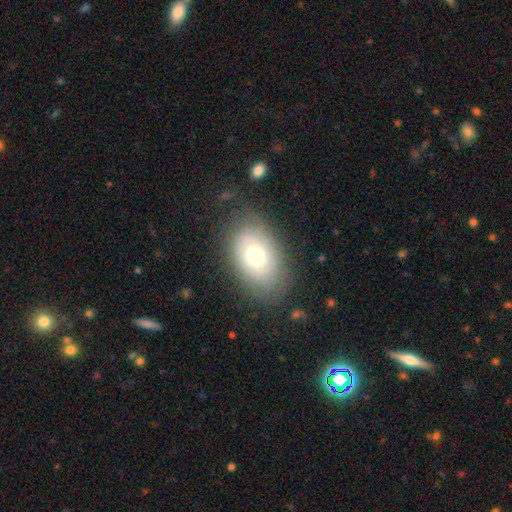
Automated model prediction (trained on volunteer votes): A smooth galaxy with no disk features (55%) that is in between round and cigar-shaped (87%).

Vote fractions:
- Smooth or featured? smooth: 55% / featured or disk: 37% / star or artifact: 8%
- How rounded? in between: 87% / round: 11% / cigar-shaped: 1%
- Merging? none: 73% / minor disturbance: 18% / major disturbance: 7% / merger: 2%